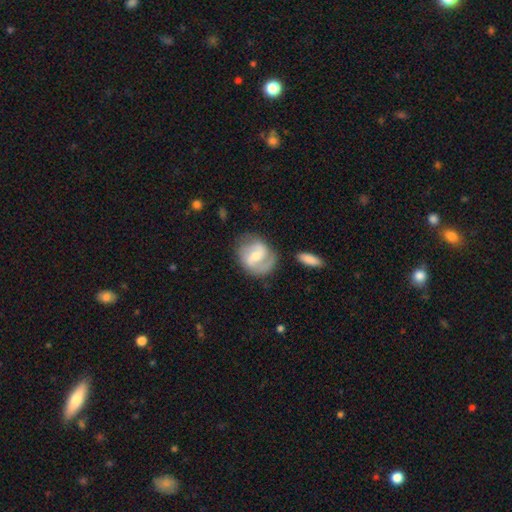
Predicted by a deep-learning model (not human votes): This is likely a featured or disk galaxy (72%). It is clearly not viewed edge-on (97%). Bar: possibly weak (51%). Spiral arm pattern: clearly yes (90%). Spiral arm count: likely 2 (77%). Spiral winding: possibly medium (49%). Central bulge: possibly moderate (52%). Merging: likely none (67%).